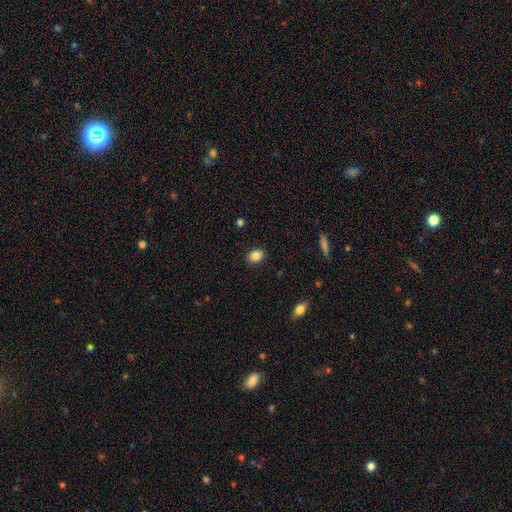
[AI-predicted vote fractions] Smooth or featured: smooth — 86% (star or artifact — 9%)
How rounded: in between — 57% (round — 42%)
Merging: none — 89% (minor disturbance — 8%)